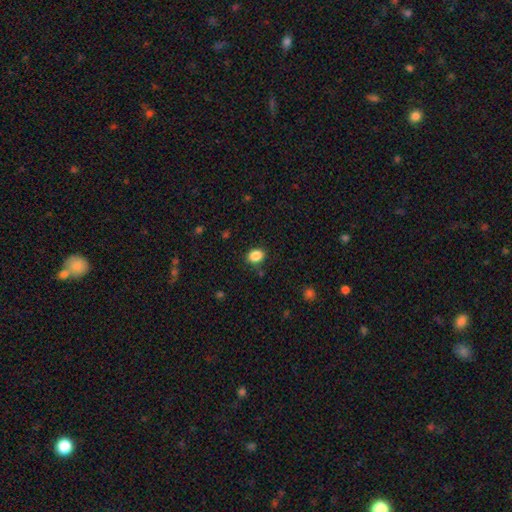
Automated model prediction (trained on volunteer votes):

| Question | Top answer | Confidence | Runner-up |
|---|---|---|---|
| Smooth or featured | smooth | 87% | star or artifact (9%) |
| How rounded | in between | 61% | round (38%) |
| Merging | none | 84% | minor disturbance (11%) |